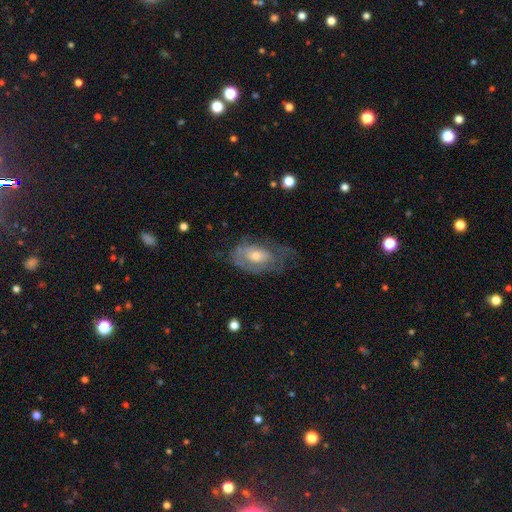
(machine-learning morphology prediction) smooth-or-featured: featured or disk: 61% | smooth: 32% | star or artifact: 8%
  disk-edge-on: no: 92% | yes: 8%
    bar: no: 76% | weak: 20% | strong: 4%
    has-spiral-arms: yes: 59% | no: 41%
    bulge-size: moderate: 61% | small: 30% | large: 6% | none: 2% | dominant: 1%
  merging: none: 44% | minor disturbance: 28% | major disturbance: 26% | merger: 2%